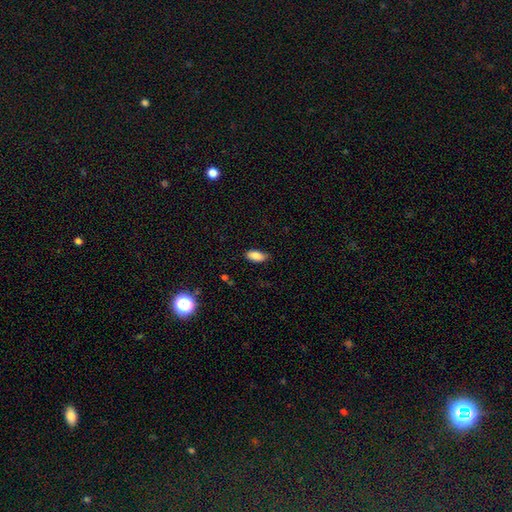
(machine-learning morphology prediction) smooth-or-featured: smooth: 86% | star or artifact: 8% | featured or disk: 6%
  how-rounded: in between: 89% | cigar-shaped: 8% | round: 3%
  merging: none: 78% | minor disturbance: 18% | major disturbance: 3% | merger: 1%